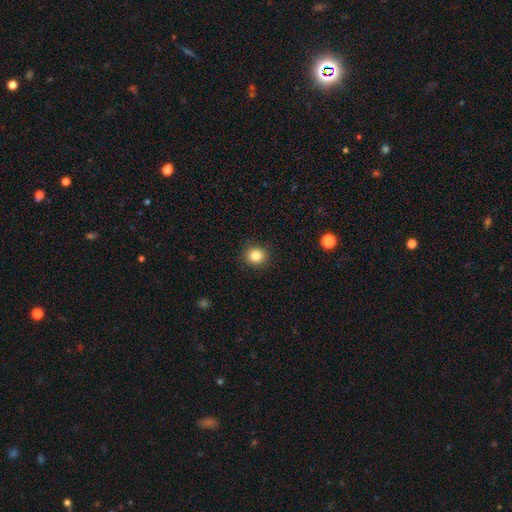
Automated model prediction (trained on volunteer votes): smooth 83%, star or artifact 11%, featured or disk 6%. Down the decision tree: how rounded — round (88%); merging — none (91%).